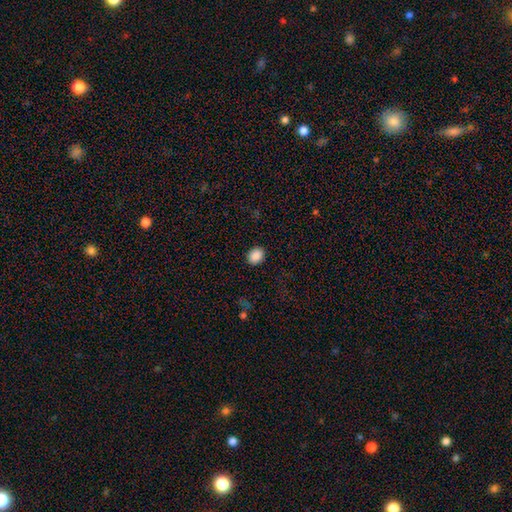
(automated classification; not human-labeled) smooth_or_featured: smooth (p=0.89) [alt: star or artifact p=0.08]
how_rounded: round (p=0.51) [alt: in between p=0.48]
merging: none (p=0.90) [alt: minor disturbance p=0.07]